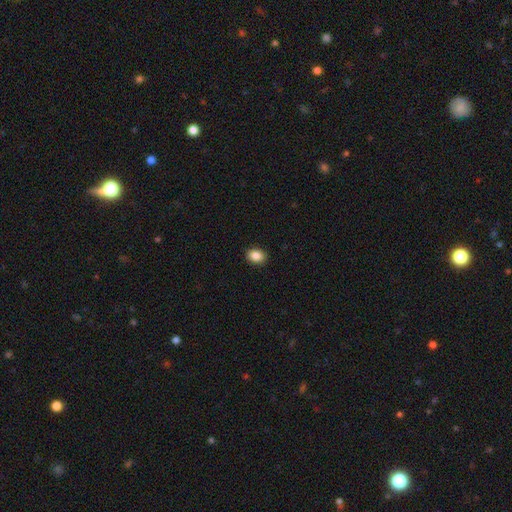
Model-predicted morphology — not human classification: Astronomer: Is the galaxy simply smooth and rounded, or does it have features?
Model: smooth — 86%.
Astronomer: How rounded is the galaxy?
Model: in between — 59% (runner-up: round, 40%).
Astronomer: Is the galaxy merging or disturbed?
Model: none — 91%.